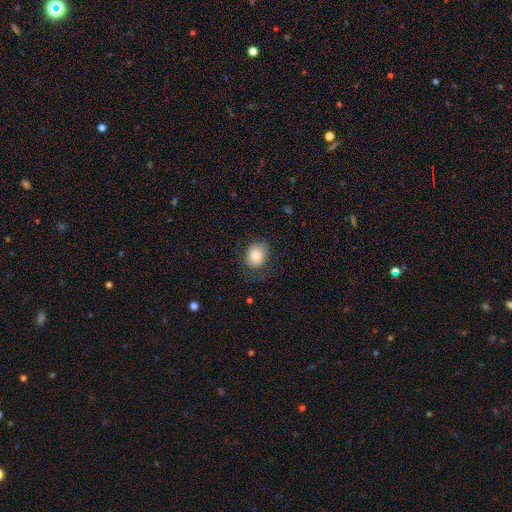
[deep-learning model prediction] Smooth or featured: smooth — 79% (featured or disk — 12%)
How rounded: round — 56% (in between — 43%)
Merging: none — 70% (minor disturbance — 20%)